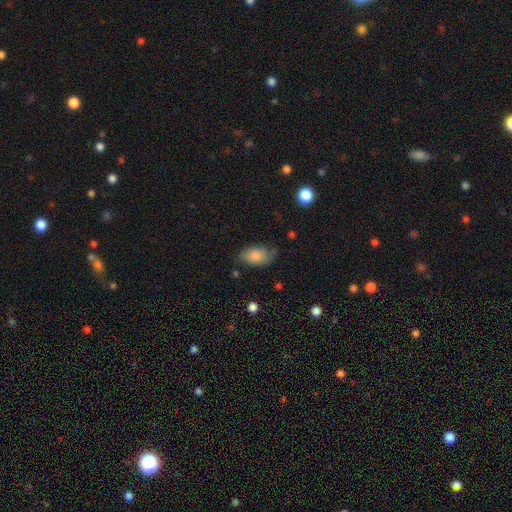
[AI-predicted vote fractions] smooth-or-featured: smooth: 81% | featured or disk: 12% | star or artifact: 7%
  how-rounded: in between: 93% | round: 5% | cigar-shaped: 2%
  merging: none: 64% | minor disturbance: 27% | major disturbance: 7% | merger: 2%